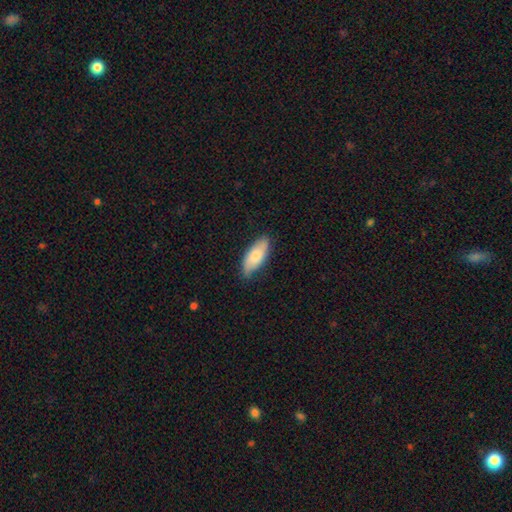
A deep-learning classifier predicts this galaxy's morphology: Smooth or featured? Predicted: smooth (p=0.73). How rounded? Predicted: in between (p=0.83). Merging? Predicted: none (p=0.75).